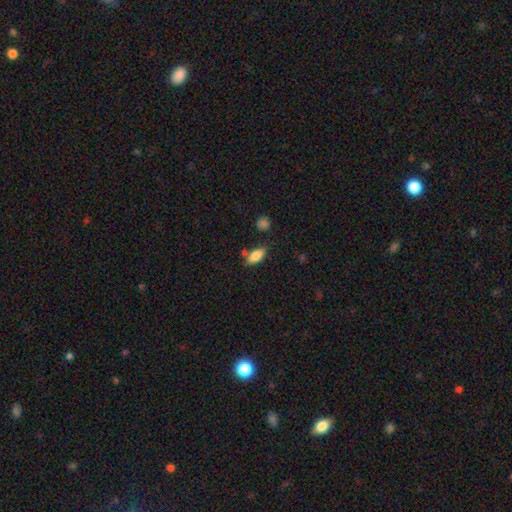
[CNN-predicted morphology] Overall: smooth (80%). How rounded: in between (84%). Merging: none (73%).